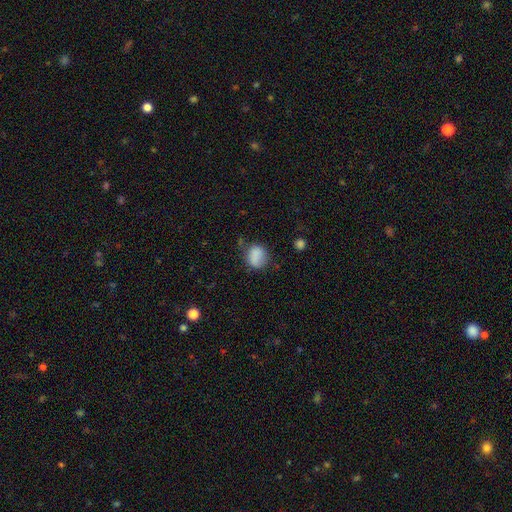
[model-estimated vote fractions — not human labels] smooth-or-featured: smooth: 83% | star or artifact: 10% | featured or disk: 8%
  how-rounded: round: 61% | in between: 38% | cigar-shaped: 1%
  merging: none: 60% | minor disturbance: 26% | major disturbance: 9% | merger: 4%